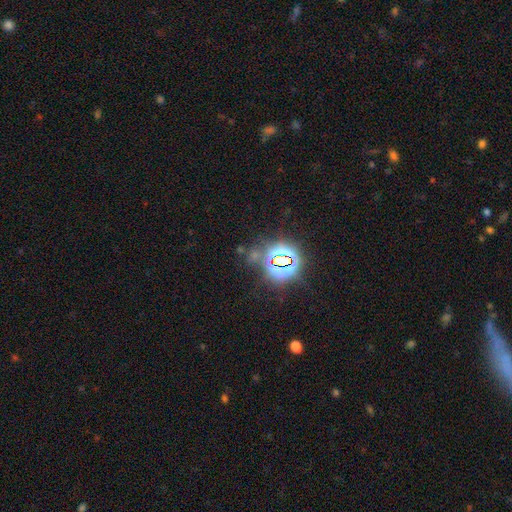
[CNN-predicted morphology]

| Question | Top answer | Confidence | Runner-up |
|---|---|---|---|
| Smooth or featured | star or artifact | 72% | smooth (20%) |